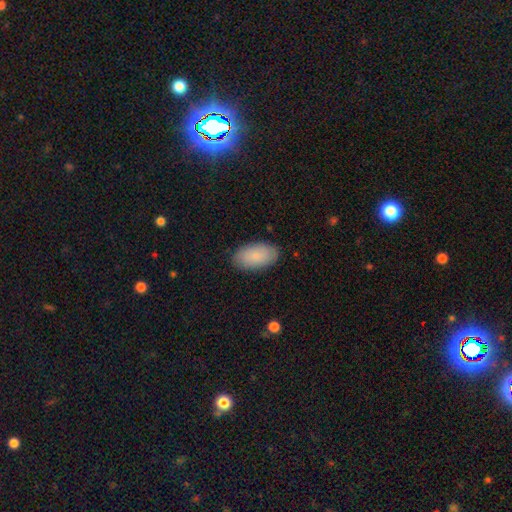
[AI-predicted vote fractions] Morphology: type=smooth (86%); roundness=in between (95%); merging=none (87%).